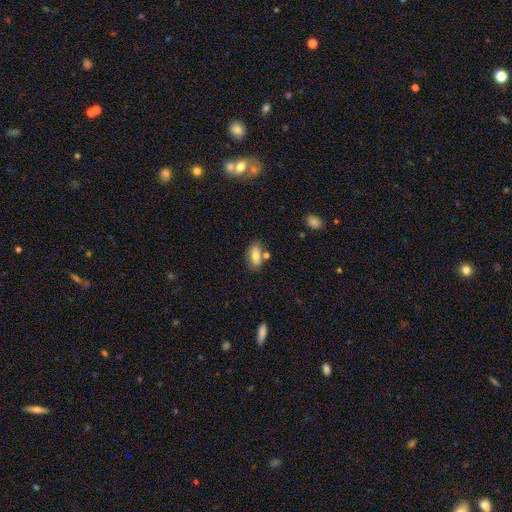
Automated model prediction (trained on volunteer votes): smooth 73%, featured or disk 19%, star or artifact 8%. Down the decision tree: how rounded — in between (85%); merging — none (67%).